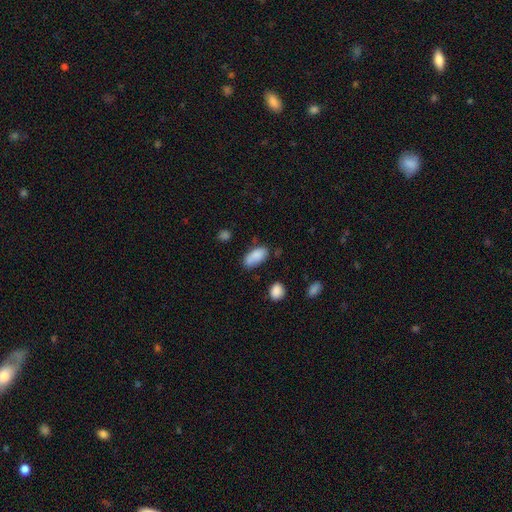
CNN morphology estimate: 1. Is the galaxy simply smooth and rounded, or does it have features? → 83% smooth, 9% featured or disk, 8% star or artifact.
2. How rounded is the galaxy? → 90% in between, 7% cigar-shaped, 3% round.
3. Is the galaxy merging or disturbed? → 61% none, 24% minor disturbance, 8% merger, 6% major disturbance.